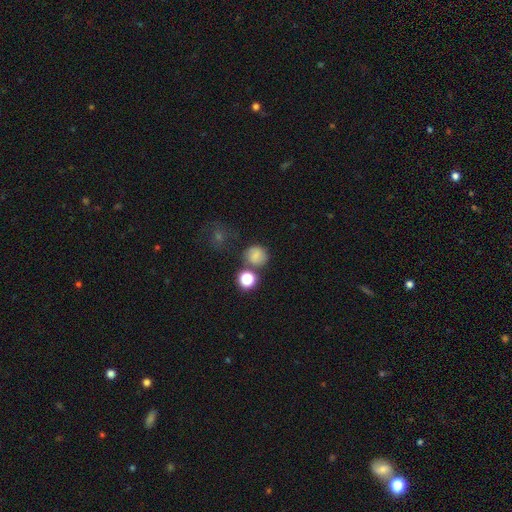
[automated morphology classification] This is likely a smooth galaxy (77%). How rounded: clearly round (87%). Merging: likely none (69%).